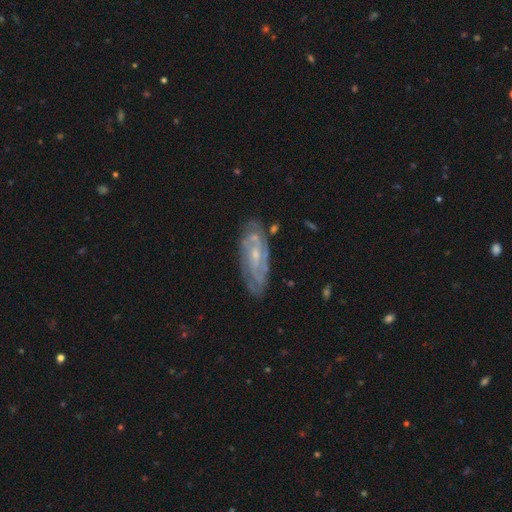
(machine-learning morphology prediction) Smooth or featured? featured or disk (80%)
Edge-on disk? no (89%)
Bar? no (49%)
Spiral arms? yes (90%)
Spiral winding? tight (57%)
Spiral arm count? can't tell (38%)
Bulge size? small (66%)
Merging? none (75%)